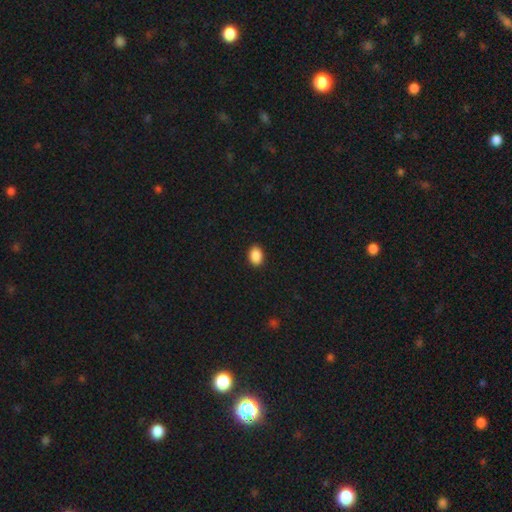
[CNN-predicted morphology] smooth-or-featured: smooth: 89% | star or artifact: 8% | featured or disk: 3%
  how-rounded: in between: 77% | round: 22% | cigar-shaped: 1%
  merging: none: 90% | minor disturbance: 7% | major disturbance: 2% | merger: 1%